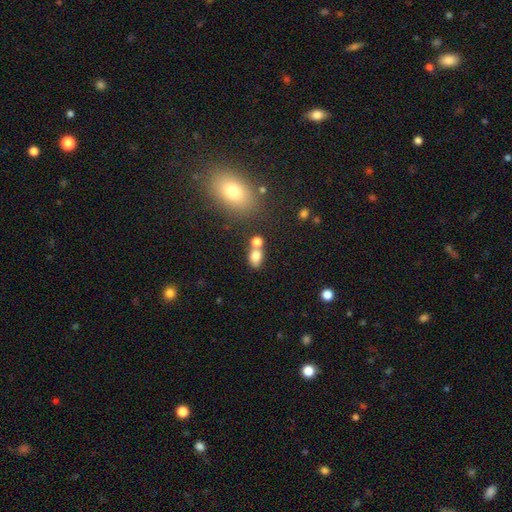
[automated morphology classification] A smooth galaxy with no disk features (78%) that is in between round and cigar-shaped (68%).

Vote fractions:
- Smooth or featured? smooth: 78% / star or artifact: 12% / featured or disk: 11%
- How rounded? in between: 68% / round: 30% / cigar-shaped: 2%
- Merging? none: 44% / merger: 39% / minor disturbance: 12% / major disturbance: 5%